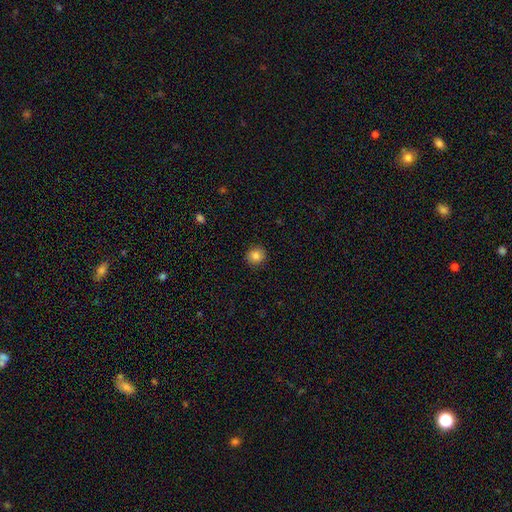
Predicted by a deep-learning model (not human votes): Smooth or featured? smooth (83%)
How rounded? round (89%)
Merging? none (91%)